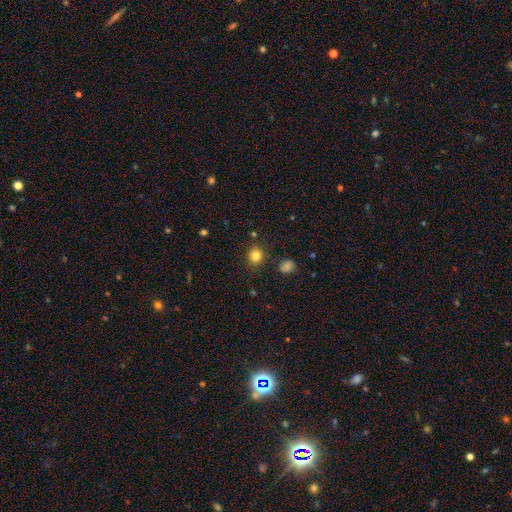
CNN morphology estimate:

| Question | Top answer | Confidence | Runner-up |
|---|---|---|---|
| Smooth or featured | smooth | 83% | star or artifact (12%) |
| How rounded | round | 85% | in between (14%) |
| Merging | none | 87% | minor disturbance (8%) |